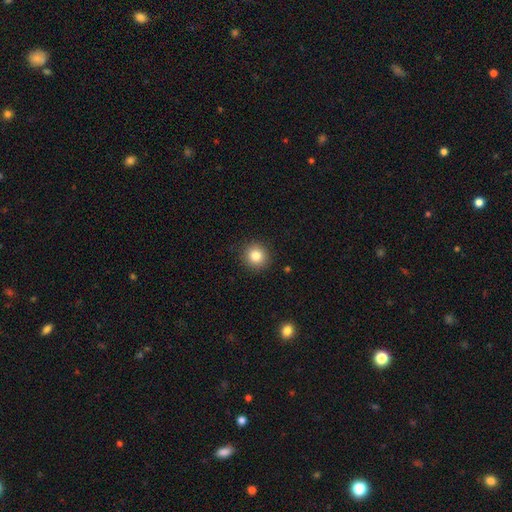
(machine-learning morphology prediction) Overall: smooth (83%). How rounded: round (91%). Merging: none (91%).